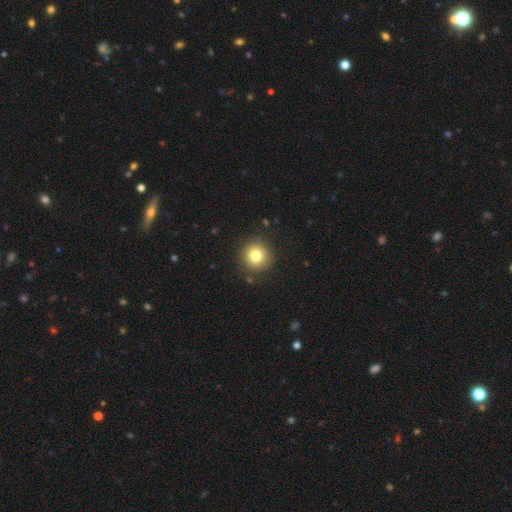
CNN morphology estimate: Q: Smooth or featured?
A: smooth (80%); runner-up: star or artifact (11%)
Q: How rounded?
A: round (93%); runner-up: in between (6%)
Q: Merging?
A: none (87%); runner-up: minor disturbance (9%)